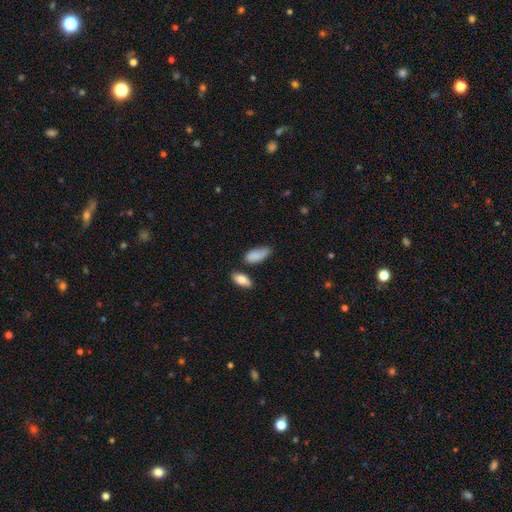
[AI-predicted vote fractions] Morphology: type=smooth (82%); roundness=in between (85%); merging=none (48%).